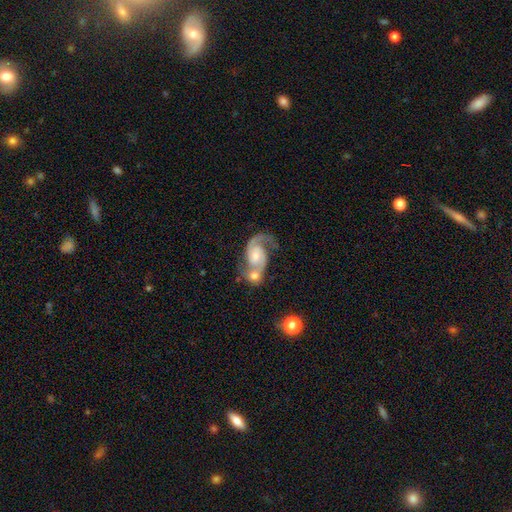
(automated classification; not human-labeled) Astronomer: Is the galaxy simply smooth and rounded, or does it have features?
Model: featured or disk — 85%.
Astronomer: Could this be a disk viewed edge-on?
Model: no — 98%.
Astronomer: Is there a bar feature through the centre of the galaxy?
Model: no — 54% (runner-up: weak, 37%).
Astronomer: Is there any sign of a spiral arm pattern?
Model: yes — 96%.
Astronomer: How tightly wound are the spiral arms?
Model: medium — 52% (runner-up: loose, 32%).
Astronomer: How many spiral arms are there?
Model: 2 — 85%.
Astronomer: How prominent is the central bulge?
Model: moderate — 43% (runner-up: small, 37%).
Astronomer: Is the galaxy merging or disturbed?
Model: merger — 51% (runner-up: none, 28%).